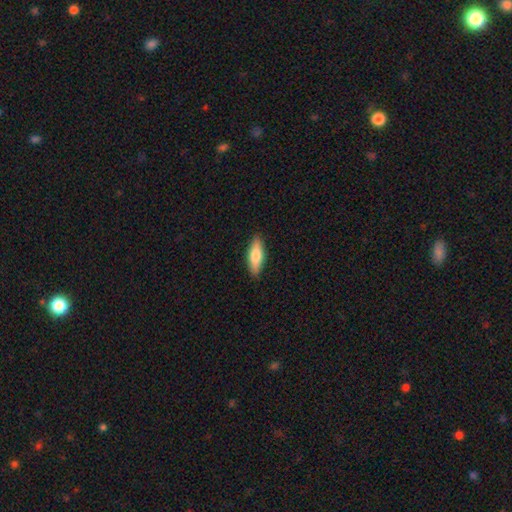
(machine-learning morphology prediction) Smooth or featured? smooth (75%)
How rounded? in between (59%)
Merging? none (89%)